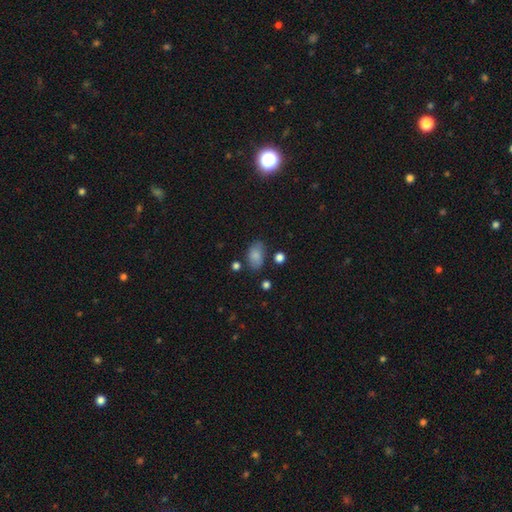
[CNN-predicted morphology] A smooth galaxy with no disk features (83%) that is in between round and cigar-shaped (89%). Merging: none (71%).